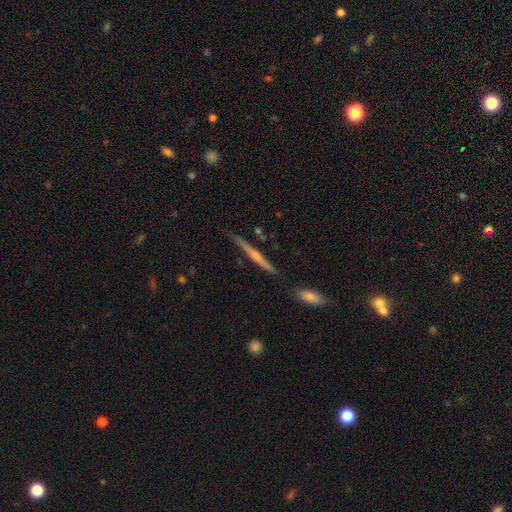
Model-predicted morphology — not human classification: This is likely a featured or disk galaxy (66%). It is clearly viewed edge-on (94%). Edge-on bulge: likely rounded (68%). Merging: clearly none (82%).